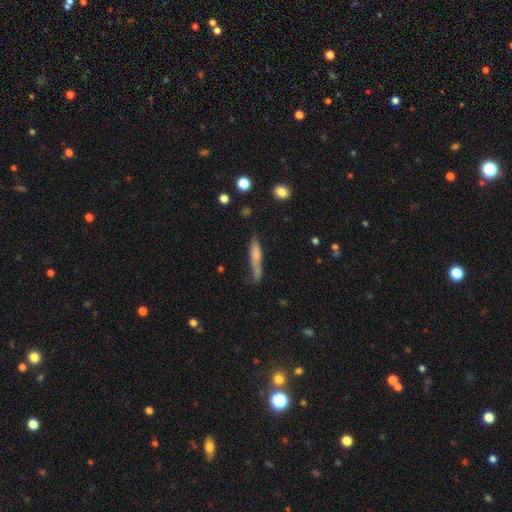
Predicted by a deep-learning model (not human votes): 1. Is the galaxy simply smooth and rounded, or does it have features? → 65% smooth, 28% featured or disk, 7% star or artifact.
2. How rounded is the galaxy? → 88% cigar-shaped, 10% in between, 2% round.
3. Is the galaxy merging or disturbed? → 59% none, 26% minor disturbance, 9% major disturbance, 6% merger.